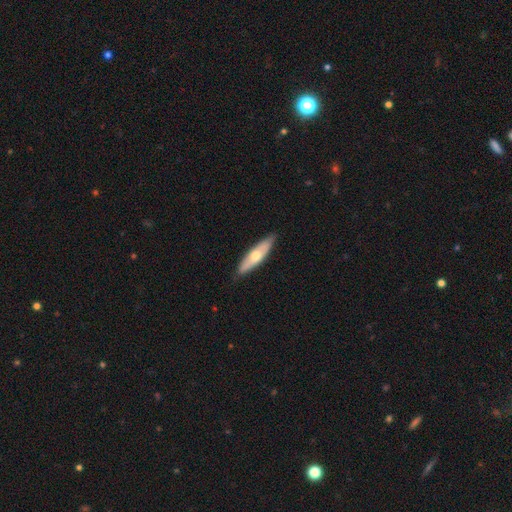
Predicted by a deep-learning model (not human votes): Q: Smooth or featured?
A: smooth (49%); runner-up: featured or disk (46%)
Q: Merging?
A: none (86%); runner-up: minor disturbance (12%)